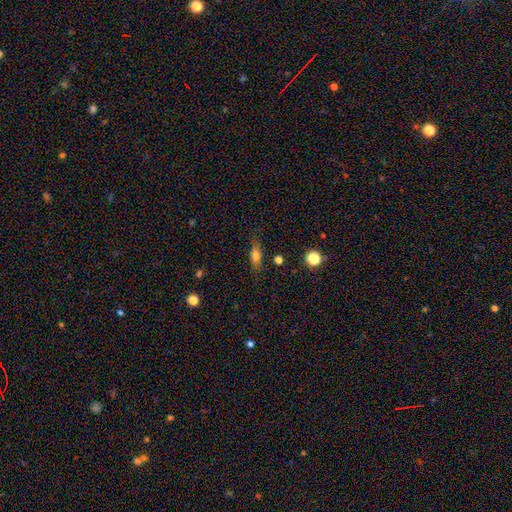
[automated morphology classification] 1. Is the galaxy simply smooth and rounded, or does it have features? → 67% smooth, 22% featured or disk, 11% star or artifact.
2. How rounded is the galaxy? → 62% in between, 32% cigar-shaped, 7% round.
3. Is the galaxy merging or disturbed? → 78% none, 15% minor disturbance, 4% major disturbance, 2% merger.